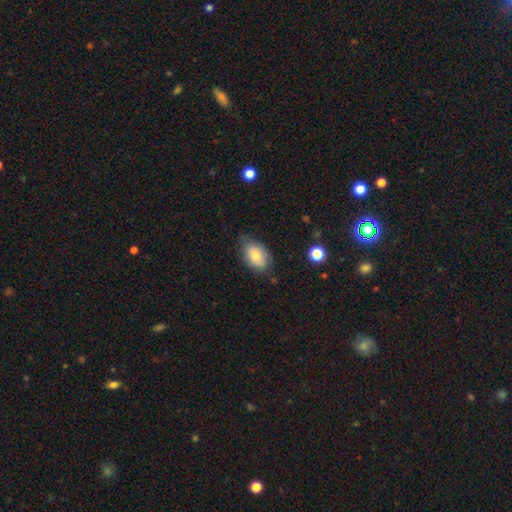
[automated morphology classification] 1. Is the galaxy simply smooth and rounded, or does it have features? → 79% smooth, 14% featured or disk, 7% star or artifact.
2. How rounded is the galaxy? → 90% in between, 9% round, 2% cigar-shaped.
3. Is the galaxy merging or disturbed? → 64% none, 28% minor disturbance, 6% major disturbance, 2% merger.